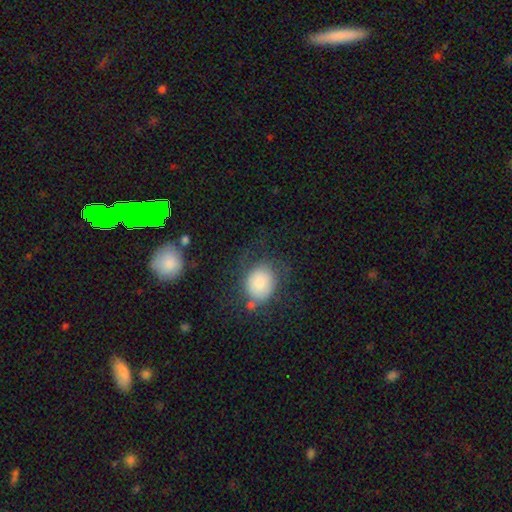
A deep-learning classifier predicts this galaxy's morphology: This is possibly a smooth galaxy (52%). How rounded: likely round (63%). Merging: likely none (71%).